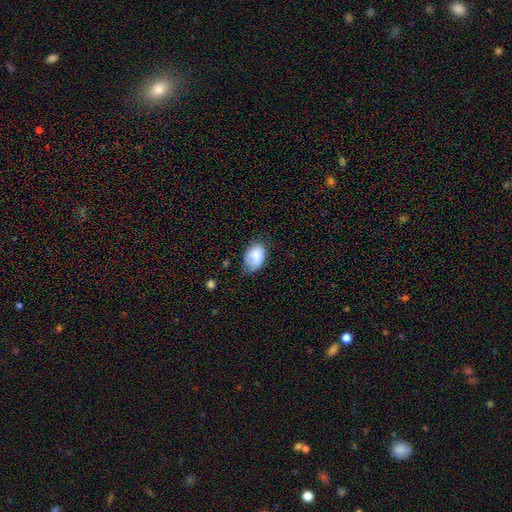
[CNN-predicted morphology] This is clearly a smooth galaxy (83%). How rounded: clearly in between (88%). Merging: possibly none (57%).